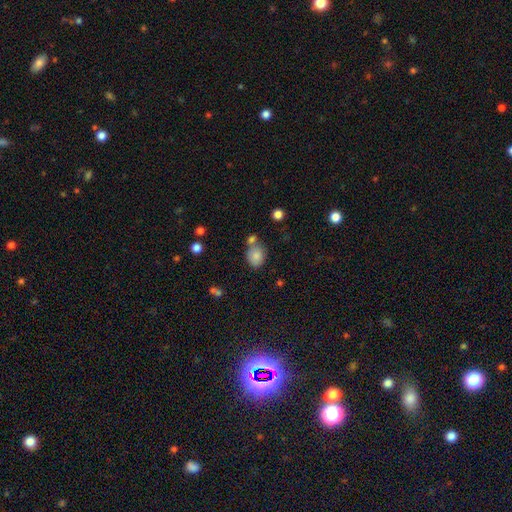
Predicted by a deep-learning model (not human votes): This is clearly a smooth galaxy (83%). How rounded: possibly in between (50%). Merging: possibly none (57%).